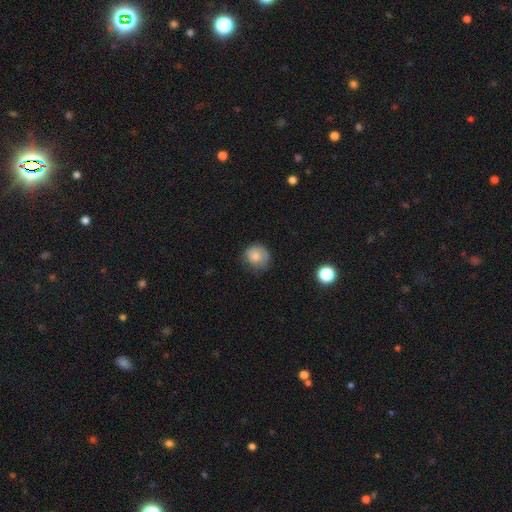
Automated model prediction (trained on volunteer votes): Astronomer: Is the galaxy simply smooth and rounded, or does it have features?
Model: smooth — 80%.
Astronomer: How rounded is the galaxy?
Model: round — 84%.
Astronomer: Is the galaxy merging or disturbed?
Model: none — 65%.